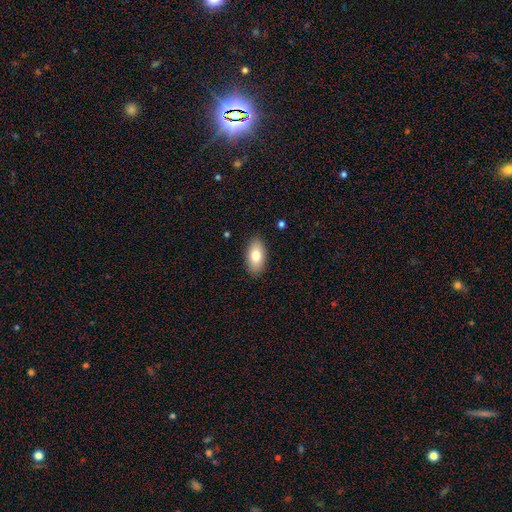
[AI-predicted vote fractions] Overall: smooth (78%). How rounded: in between (93%). Merging: none (88%).